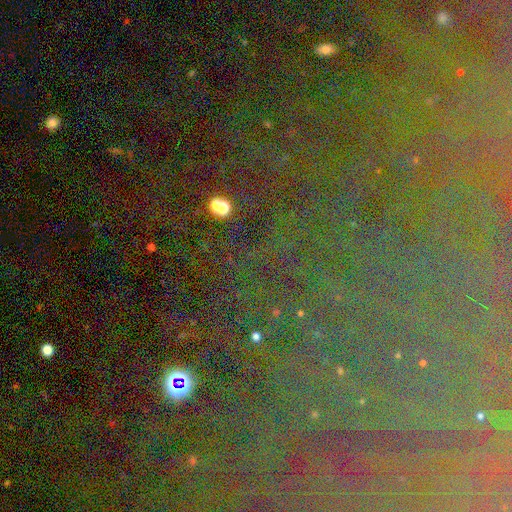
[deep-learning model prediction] The model was most divided on "smooth or featured": star or artifact: 77%, smooth: 12%, featured or disk: 11%.